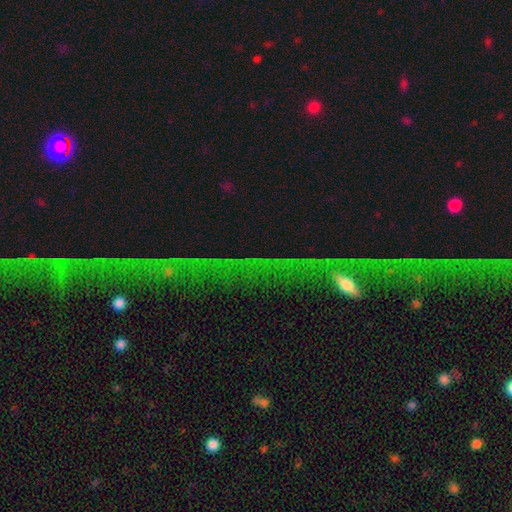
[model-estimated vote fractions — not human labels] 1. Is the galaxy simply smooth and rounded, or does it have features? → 60% star or artifact, 23% featured or disk, 17% smooth.